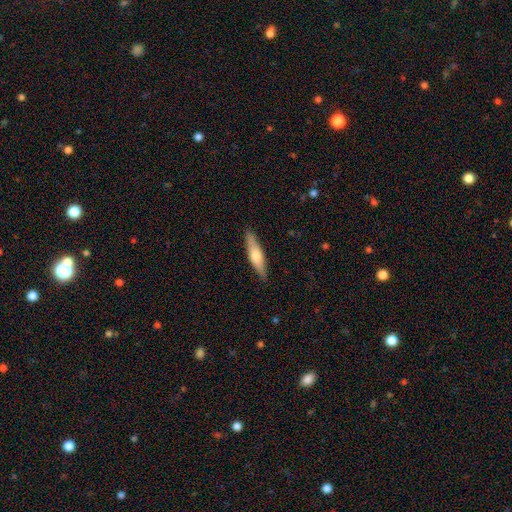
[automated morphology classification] smooth 54%, featured or disk 41%, star or artifact 5%. Down the decision tree: how rounded — cigar-shaped (78%); merging — none (89%).